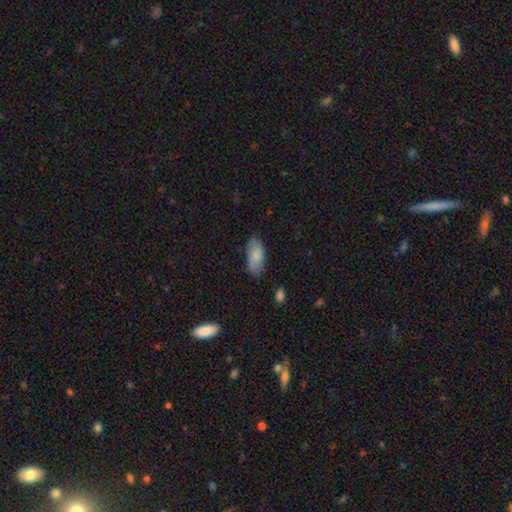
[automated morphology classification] smooth_or_featured: smooth (p=0.79) [alt: featured or disk p=0.14]
how_rounded: in between (p=0.92) [alt: cigar-shaped p=0.05]
merging: none (p=0.69) [alt: minor disturbance p=0.24]